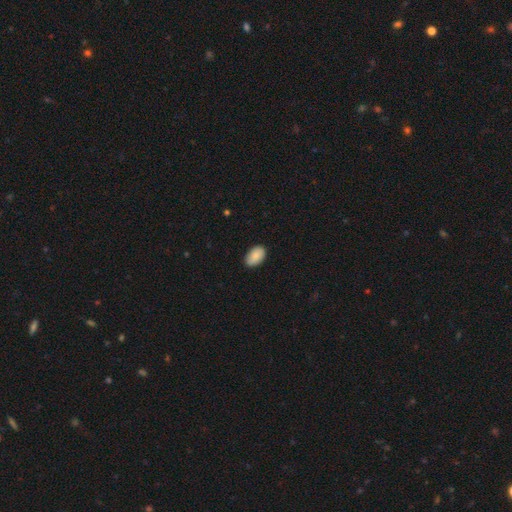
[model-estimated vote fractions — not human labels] A smooth galaxy with no disk features (89%) that is in between round and cigar-shaped (93%). Merging: none (84%).